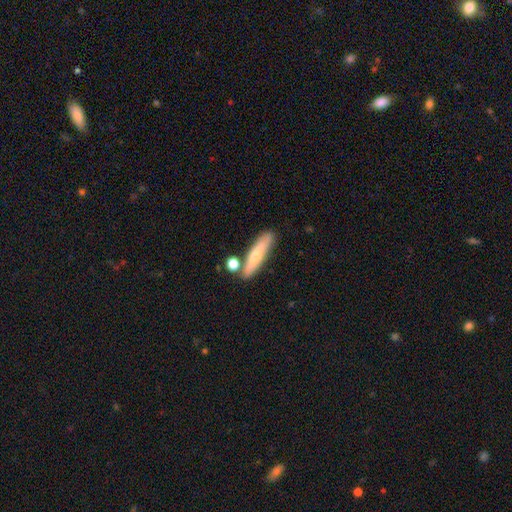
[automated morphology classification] This is likely a smooth galaxy (62%). How rounded: likely cigar-shaped (78%). Merging: likely none (73%).